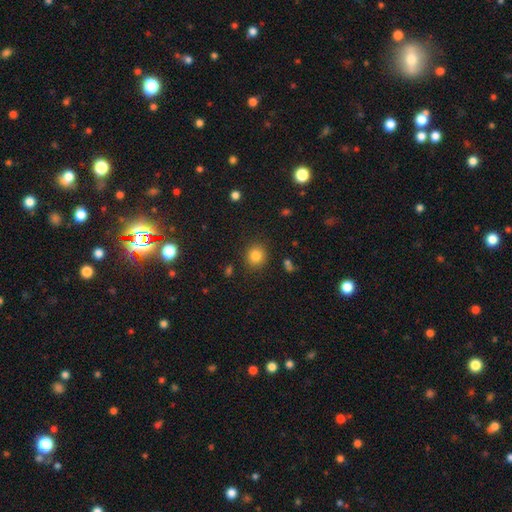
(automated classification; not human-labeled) This is clearly a smooth galaxy (83%). How rounded: clearly round (85%). Merging: clearly none (87%).